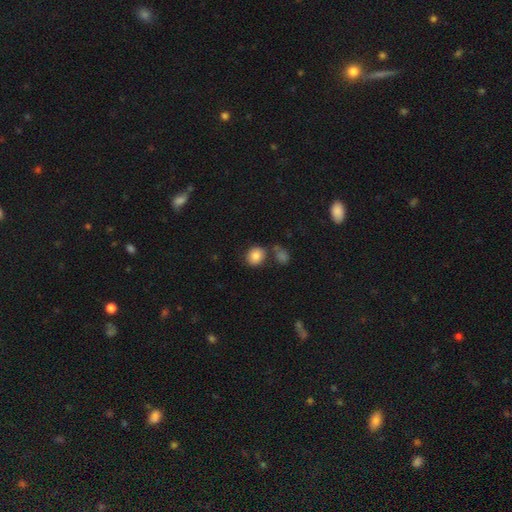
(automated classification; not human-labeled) Smooth or featured: smooth — 85% (star or artifact — 9%)
How rounded: round — 73% (in between — 26%)
Merging: none — 67% (merger — 16%)